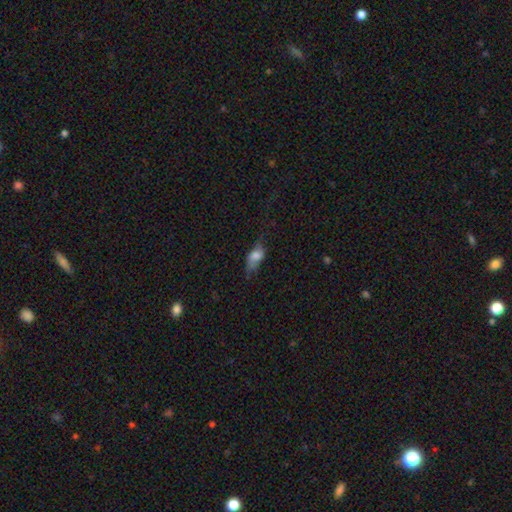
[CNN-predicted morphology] type=smooth (66%); roundness=in between (84%); merging=none (42%).